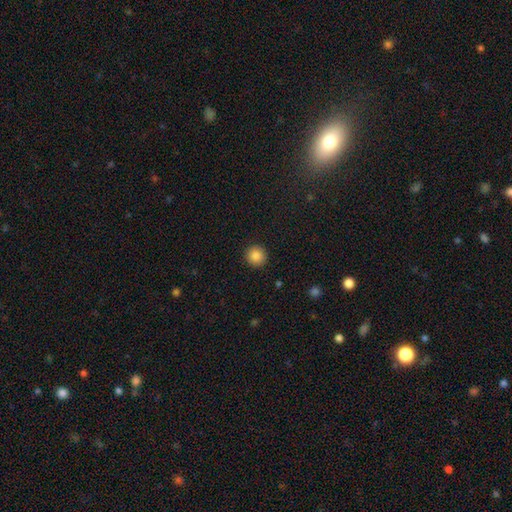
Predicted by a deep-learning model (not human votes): A smooth galaxy with no disk features (86%) that is round (94%). Merging: none (92%).